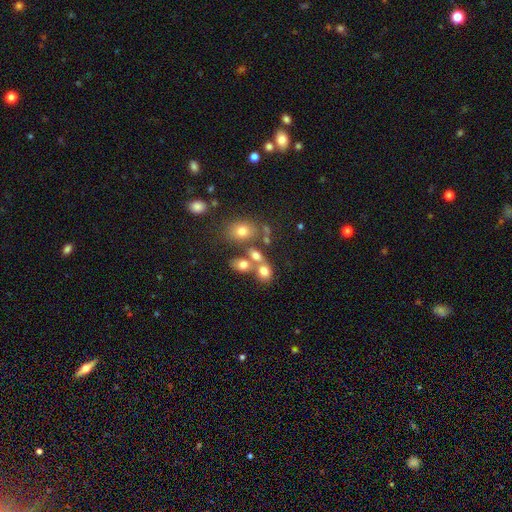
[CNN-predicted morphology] smooth-or-featured: smooth: 66% | featured or disk: 18% | star or artifact: 16%
  how-rounded: in between: 53% | round: 44% | cigar-shaped: 2%
  merging: merger: 44% | none: 39% | minor disturbance: 11% | major disturbance: 7%